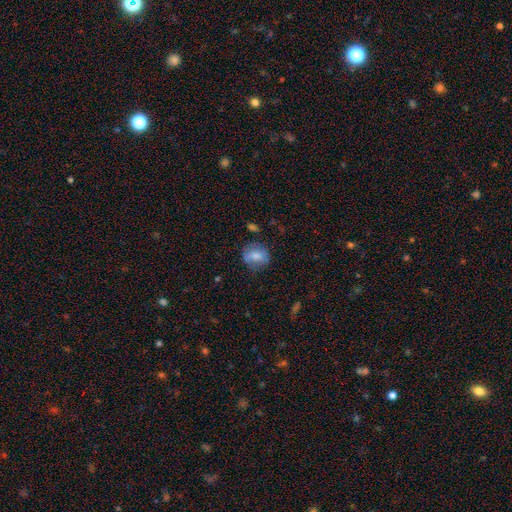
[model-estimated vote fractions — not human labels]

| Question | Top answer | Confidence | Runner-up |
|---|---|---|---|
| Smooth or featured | smooth | 66% | featured or disk (25%) |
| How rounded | round | 60% | in between (38%) |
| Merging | none | 68% | minor disturbance (21%) |